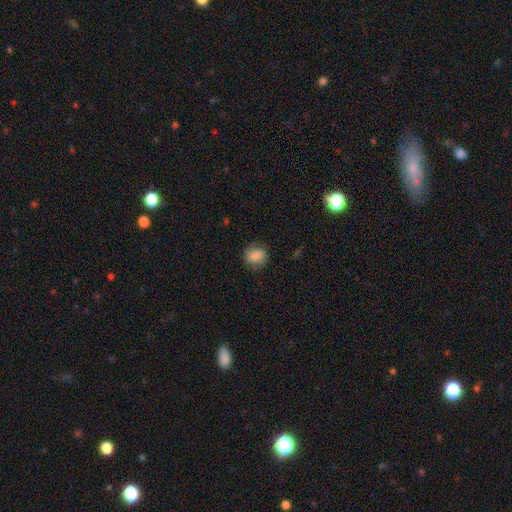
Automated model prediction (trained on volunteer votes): smooth-or-featured: smooth: 79% | featured or disk: 13% | star or artifact: 9%
  how-rounded: round: 71% | in between: 28% | cigar-shaped: 1%
  merging: none: 81% | minor disturbance: 14% | major disturbance: 4% | merger: 1%